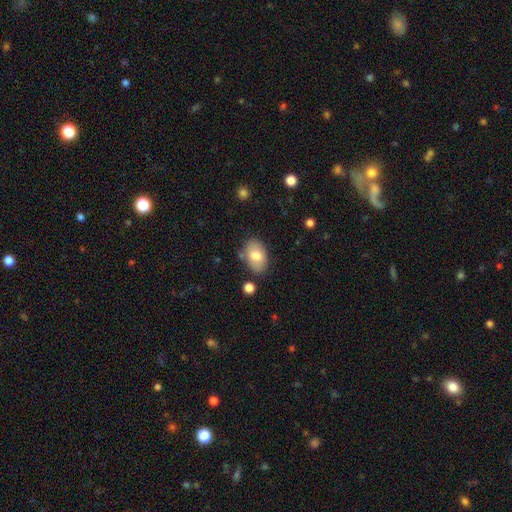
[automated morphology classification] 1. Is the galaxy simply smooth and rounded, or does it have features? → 75% smooth, 17% featured or disk, 7% star or artifact.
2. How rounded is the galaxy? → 86% in between, 13% round, 1% cigar-shaped.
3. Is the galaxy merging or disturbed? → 78% none, 15% minor disturbance, 4% merger, 3% major disturbance.